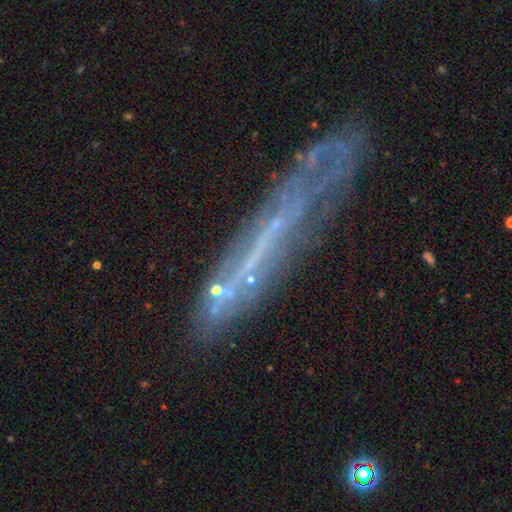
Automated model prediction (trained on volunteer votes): A featured or disk galaxy (58%) viewed edge-on (64%). Merging: none (61%).